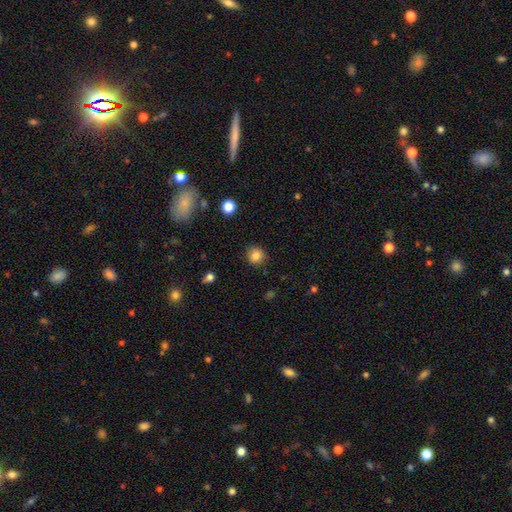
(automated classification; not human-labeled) A smooth galaxy with no disk features (85%) that is round (89%). Merging: none (86%).